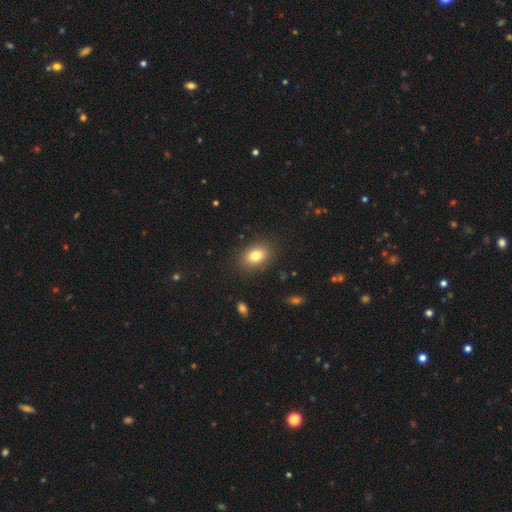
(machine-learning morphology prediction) Overall: smooth (81%). How rounded: in between (71%). Merging: none (87%).